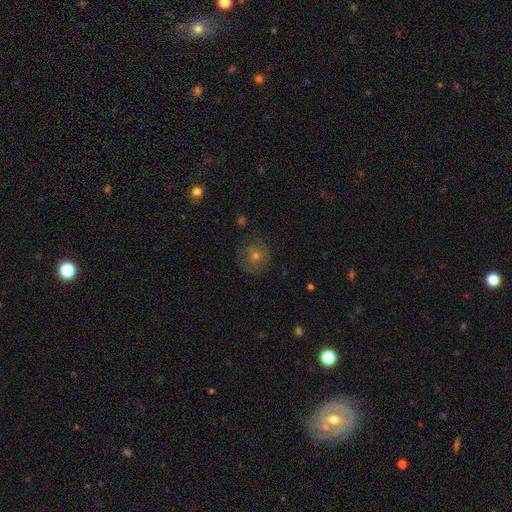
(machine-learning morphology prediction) smooth-or-featured: smooth: 53% | featured or disk: 26% | star or artifact: 21%
  how-rounded: round: 91% | in between: 8% | cigar-shaped: 1%
  merging: none: 82% | minor disturbance: 12% | major disturbance: 5% | merger: 1%